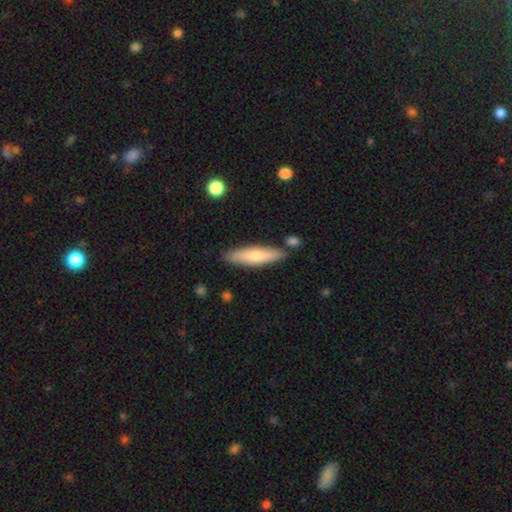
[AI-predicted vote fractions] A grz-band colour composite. It shows a smooth galaxy with no disk features (65%) that is cigar-shaped (76%). Merging: none (83%).